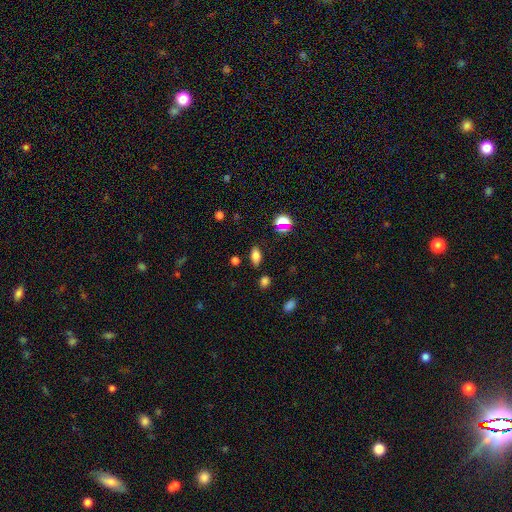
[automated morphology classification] smooth 77%, star or artifact 14%, featured or disk 9%. Down the decision tree: how rounded — in between (87%); merging — none (83%).